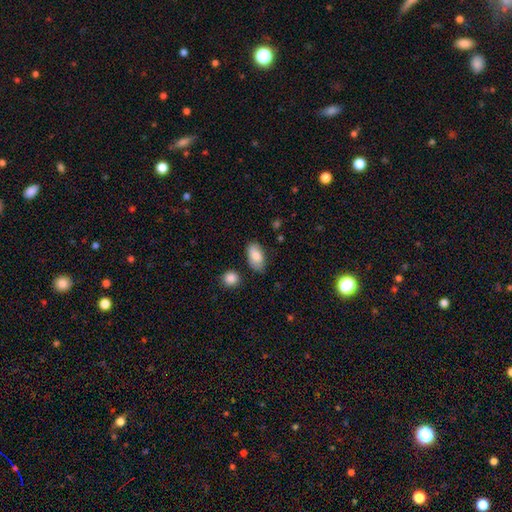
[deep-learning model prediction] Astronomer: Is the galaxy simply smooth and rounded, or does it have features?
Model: smooth — 82%.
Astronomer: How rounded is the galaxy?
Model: in between — 93%.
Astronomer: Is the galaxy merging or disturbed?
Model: none — 76%.